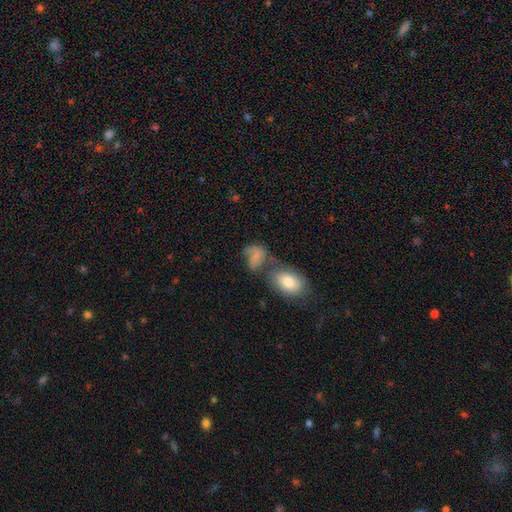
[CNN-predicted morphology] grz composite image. It shows a smooth galaxy with no disk features (60%) that is in between round and cigar-shaped (72%). Merging: merger (36%).